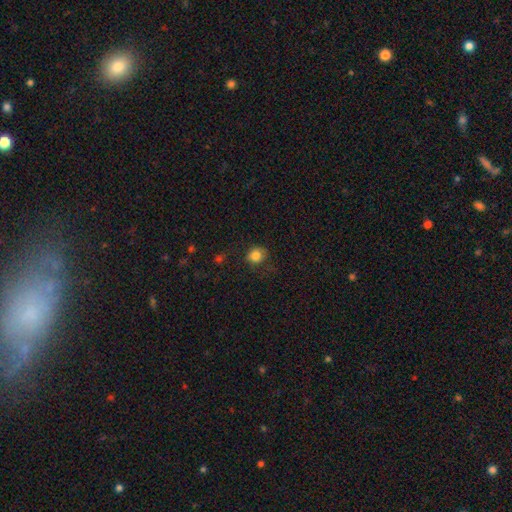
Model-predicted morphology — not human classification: A smooth galaxy with no disk features (82%) that is round (78%). Merging: none (71%).